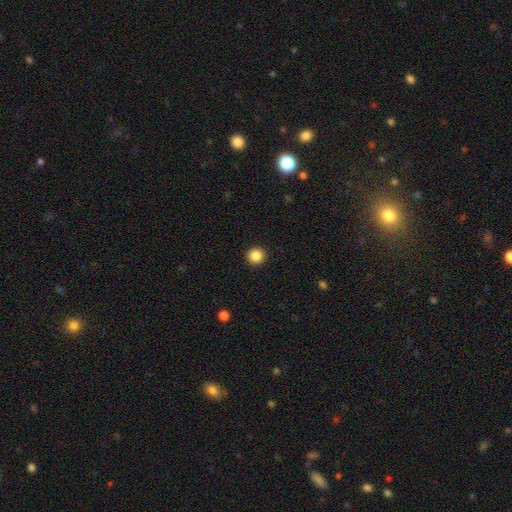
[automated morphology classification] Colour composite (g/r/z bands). It shows a smooth galaxy with no disk features (86%) that is round (94%). Merging: none (93%).